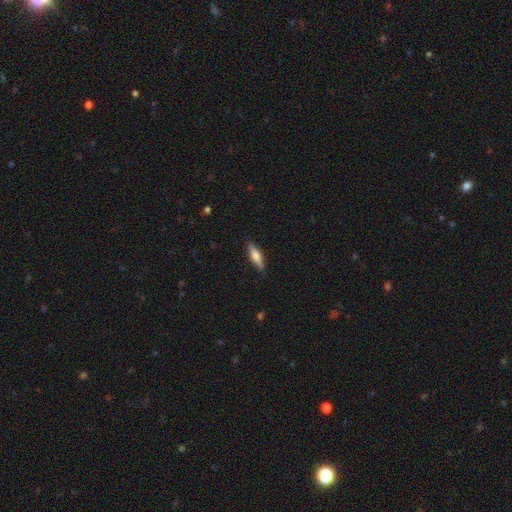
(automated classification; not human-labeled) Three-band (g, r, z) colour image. It shows a smooth galaxy with no disk features (57%) that is cigar-shaped (61%). Merging: none (88%).